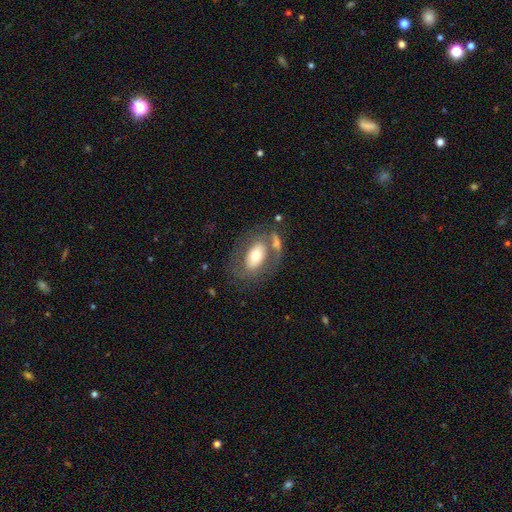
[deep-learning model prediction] smooth 52%, featured or disk 41%, star or artifact 7%. Down the decision tree: how rounded — in between (89%); merging — none (53%).